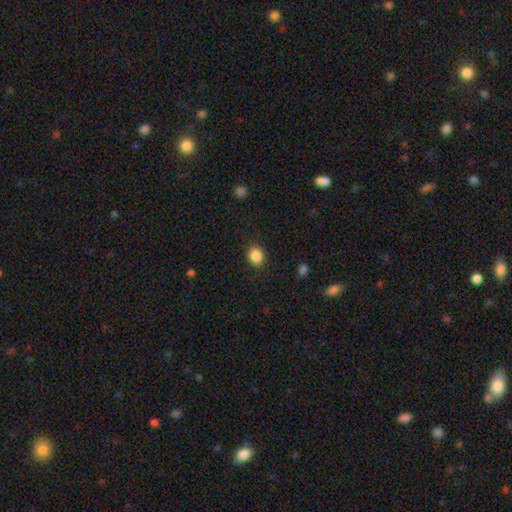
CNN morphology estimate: Q: Smooth or featured?
A: smooth (87%); runner-up: star or artifact (9%)
Q: How rounded?
A: round (51%); runner-up: in between (48%)
Q: Merging?
A: none (87%); runner-up: minor disturbance (9%)